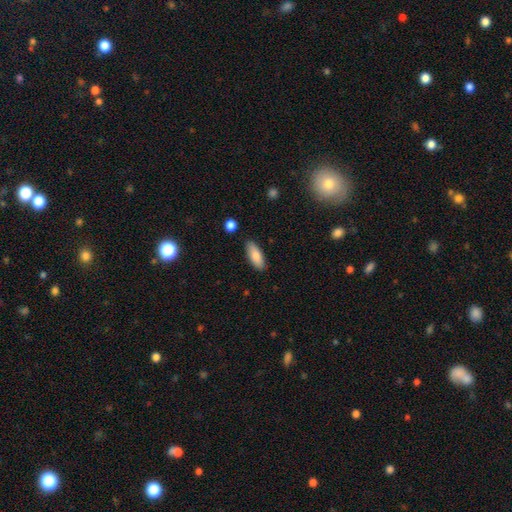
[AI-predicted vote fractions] The model was most divided on "how rounded": in between: 74%, cigar-shaped: 24%, round: 2%. More confident: merging — none (87%); smooth or featured — smooth (83%).